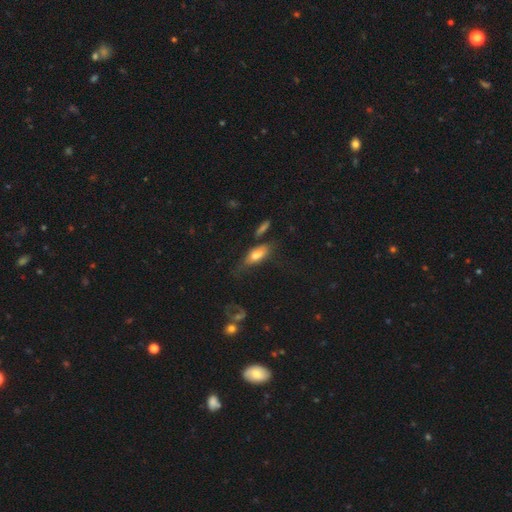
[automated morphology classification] A smooth galaxy with no disk features (70%) that is in between round and cigar-shaped (77%).

Vote fractions:
- Smooth or featured? smooth: 70% / featured or disk: 21% / star or artifact: 8%
- How rounded? in between: 77% / cigar-shaped: 19% / round: 4%
- Merging? none: 45% / minor disturbance: 28% / major disturbance: 18% / merger: 8%